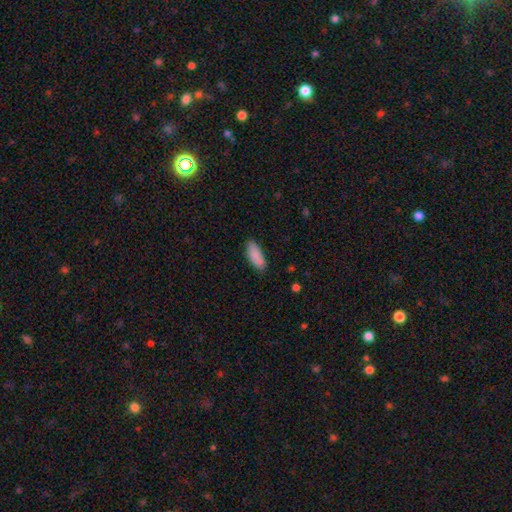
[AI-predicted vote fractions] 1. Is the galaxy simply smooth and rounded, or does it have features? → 88% smooth, 6% star or artifact, 6% featured or disk.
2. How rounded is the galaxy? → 82% in between, 17% cigar-shaped, 2% round.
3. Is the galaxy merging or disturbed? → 80% none, 15% minor disturbance, 3% major disturbance, 2% merger.